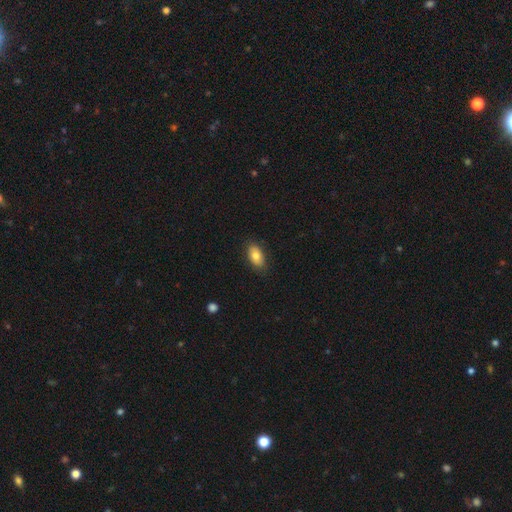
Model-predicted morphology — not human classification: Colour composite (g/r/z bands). It shows a smooth galaxy with no disk features (78%) that is in between round and cigar-shaped (92%). Merging: none (85%).